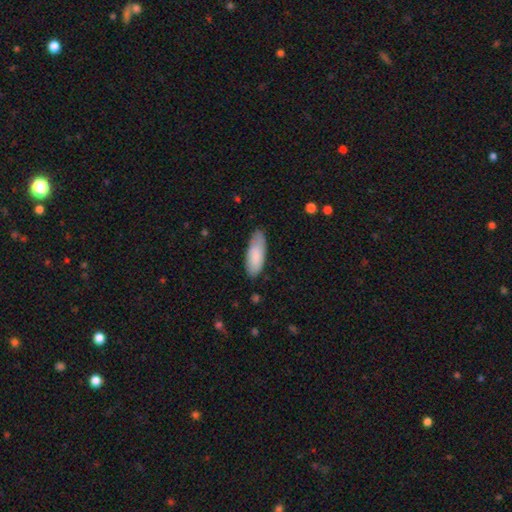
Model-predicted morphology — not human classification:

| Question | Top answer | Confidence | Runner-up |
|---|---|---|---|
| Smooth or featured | smooth | 86% | featured or disk (9%) |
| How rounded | in between | 71% | cigar-shaped (27%) |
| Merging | none | 76% | minor disturbance (19%) |